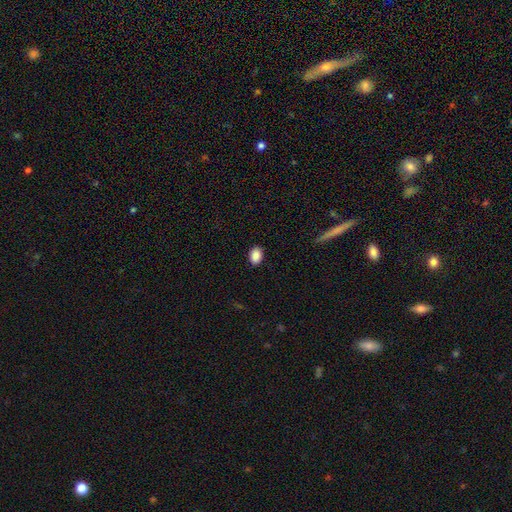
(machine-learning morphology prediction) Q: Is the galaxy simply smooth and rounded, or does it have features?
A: smooth — 89%.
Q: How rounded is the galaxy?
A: in between — 76%.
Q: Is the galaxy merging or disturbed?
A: none — 89%.